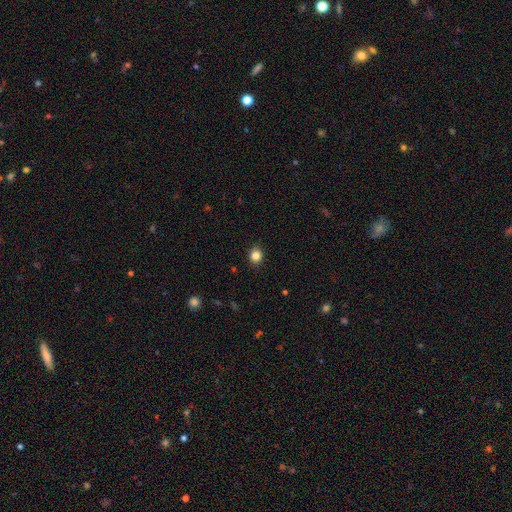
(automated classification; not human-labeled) Smooth or featured? Predicted: smooth (p=0.84). How rounded? Predicted: round (p=0.79). Merging? Predicted: none (p=0.90).